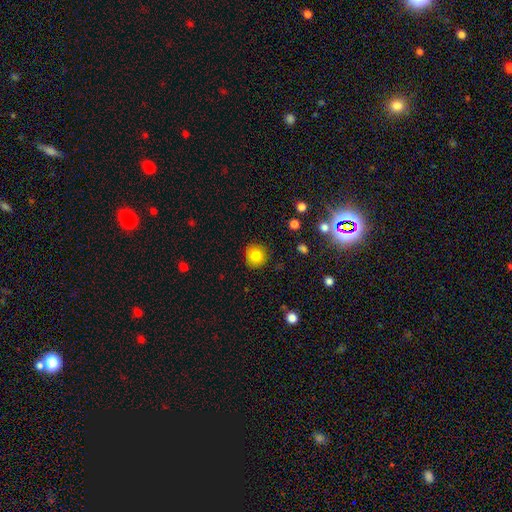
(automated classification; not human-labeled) Overall: smooth (83%). How rounded: round (91%). Merging: none (89%).